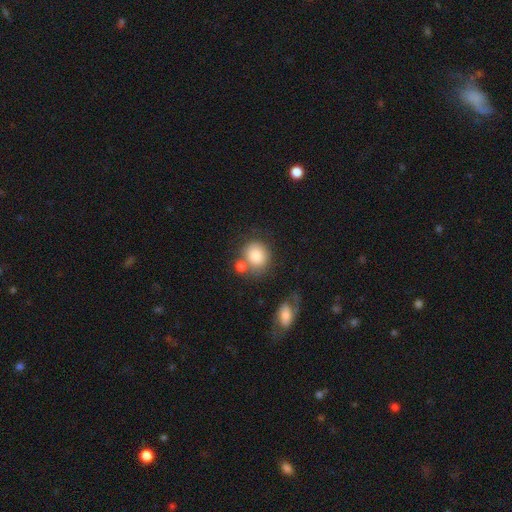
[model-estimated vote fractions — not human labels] Q: Smooth or featured?
A: smooth (82%); runner-up: featured or disk (10%)
Q: How rounded?
A: round (80%); runner-up: in between (19%)
Q: Merging?
A: none (59%); runner-up: merger (22%)